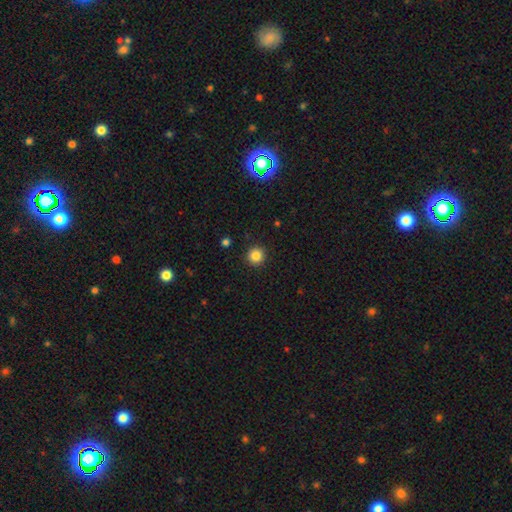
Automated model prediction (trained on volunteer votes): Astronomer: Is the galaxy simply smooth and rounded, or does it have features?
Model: smooth — 85%.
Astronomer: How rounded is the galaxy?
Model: round — 95%.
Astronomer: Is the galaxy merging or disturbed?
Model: none — 93%.